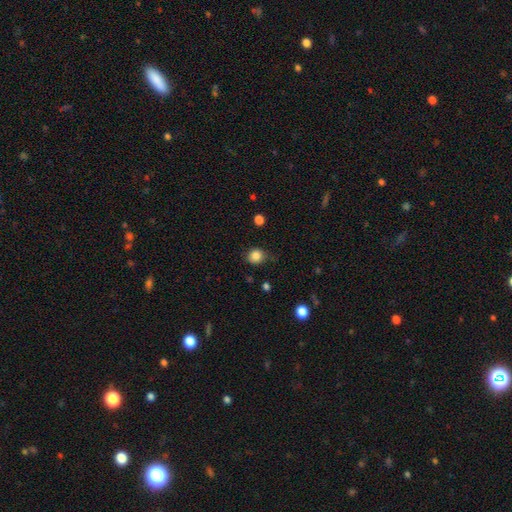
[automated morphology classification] A smooth galaxy with no disk features (85%) that is round (76%). Merging: none (75%).